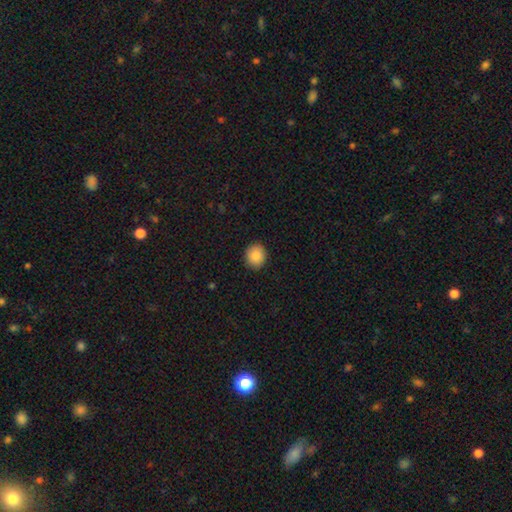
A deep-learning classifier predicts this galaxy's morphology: type=smooth (87%); roundness=round (78%); merging=none (90%).